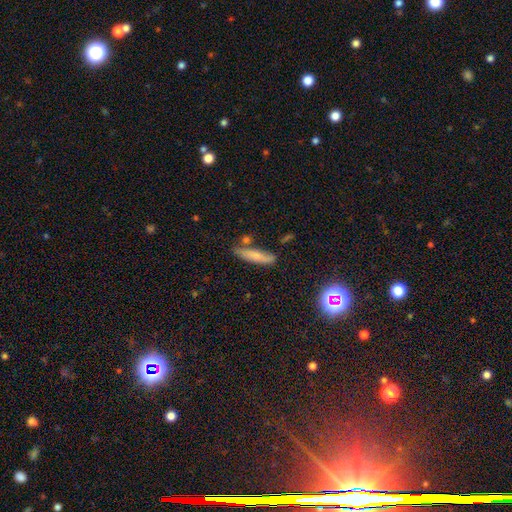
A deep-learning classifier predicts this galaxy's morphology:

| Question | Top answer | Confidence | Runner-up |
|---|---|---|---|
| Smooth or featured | smooth | 67% | featured or disk (23%) |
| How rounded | cigar-shaped | 75% | in between (22%) |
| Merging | none | 71% | minor disturbance (18%) |